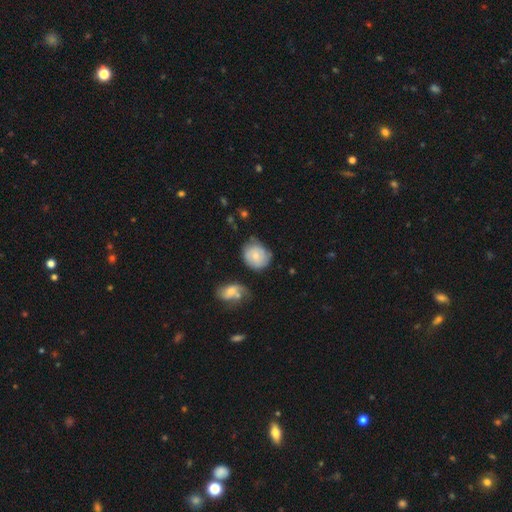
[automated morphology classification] A smooth galaxy with no disk features (59%) that is round (73%).

Vote fractions:
- Smooth or featured? smooth: 59% / featured or disk: 34% / star or artifact: 8%
- How rounded? round: 73% / in between: 26% / cigar-shaped: 1%
- Merging? none: 54% / minor disturbance: 30% / major disturbance: 9% / merger: 7%